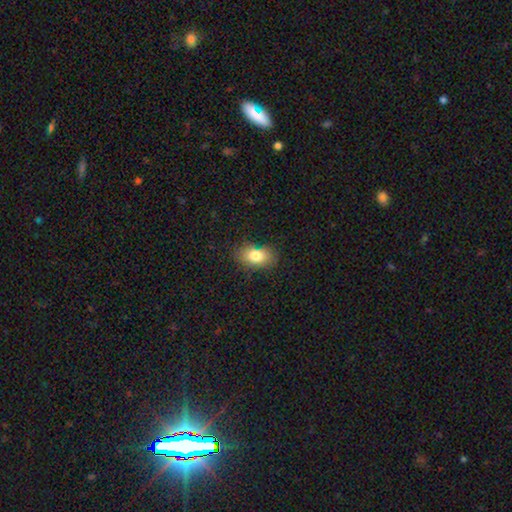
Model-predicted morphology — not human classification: This appears to be a smooth galaxy with no disk features (80%) that is in between round and cigar-shaped (85%). Merging: none (79%).